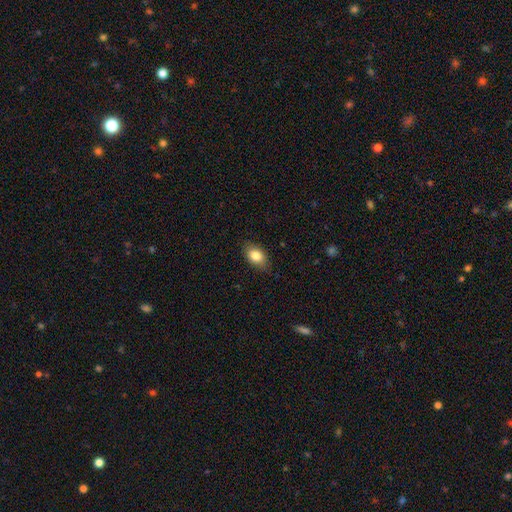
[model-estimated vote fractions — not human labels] smooth-or-featured: smooth: 84% | featured or disk: 9% | star or artifact: 8%
  how-rounded: in between: 86% | round: 12% | cigar-shaped: 2%
  merging: none: 82% | minor disturbance: 15% | major disturbance: 3% | merger: 1%